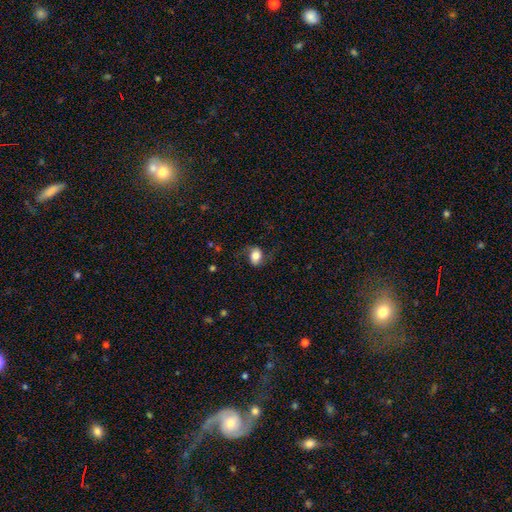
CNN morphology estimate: smooth_or_featured: smooth (p=0.66) [alt: featured or disk p=0.26]
how_rounded: in between (p=0.68) [alt: round p=0.31]
merging: none (p=0.67) [alt: minor disturbance p=0.20]